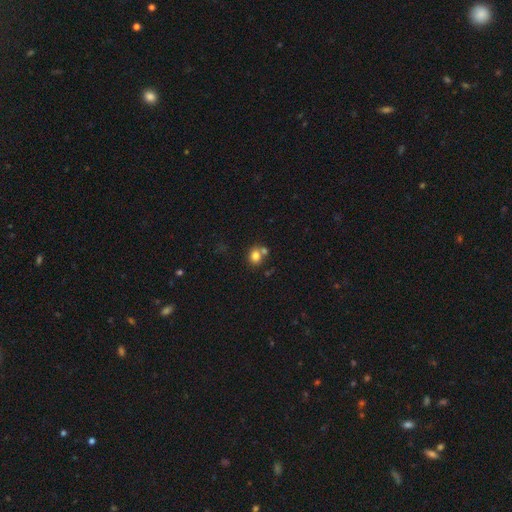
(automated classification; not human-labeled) Smooth or featured: smooth — 79% (star or artifact — 11%)
How rounded: round — 73% (in between — 26%)
Merging: none — 55% (merger — 31%)